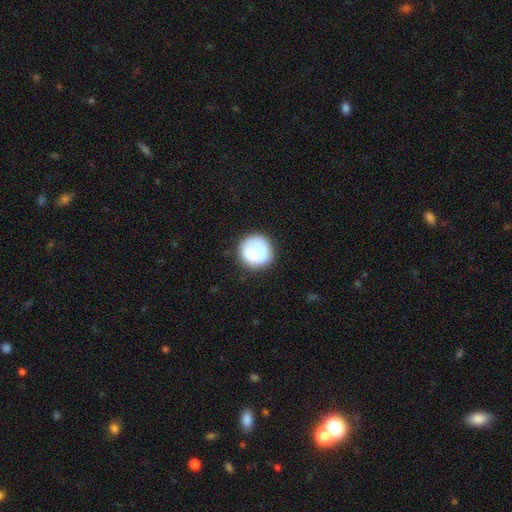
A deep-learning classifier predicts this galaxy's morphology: Smooth or featured? Predicted: smooth (p=0.67). How rounded? Predicted: round (p=0.86). Merging? Predicted: none (p=0.59).